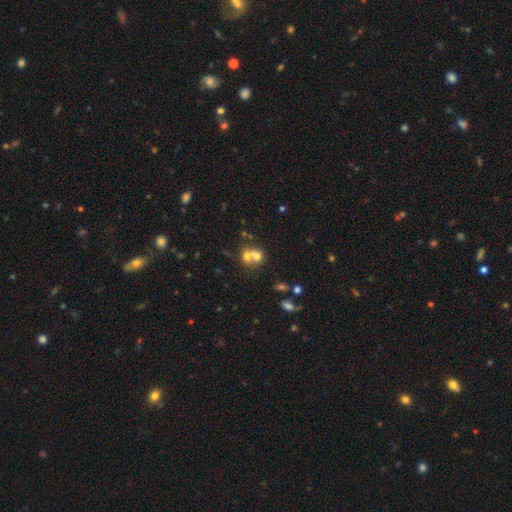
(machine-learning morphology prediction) Smooth or featured? Predicted: smooth (p=0.60). How rounded? Predicted: round (p=0.68). Merging? Predicted: merger (p=0.64).